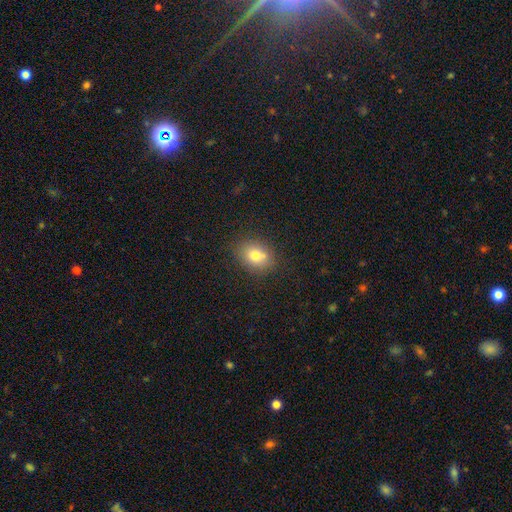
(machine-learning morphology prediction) smooth_or_featured: smooth (p=0.77) [alt: star or artifact p=0.12]
how_rounded: in between (p=0.56) [alt: round p=0.43]
merging: none (p=0.79) [alt: minor disturbance p=0.13]